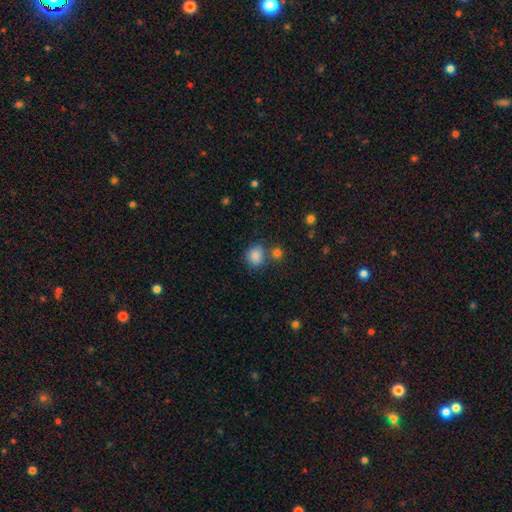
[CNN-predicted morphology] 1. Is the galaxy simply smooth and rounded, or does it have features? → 86% smooth, 10% star or artifact, 4% featured or disk.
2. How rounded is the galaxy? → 68% round, 31% in between, 1% cigar-shaped.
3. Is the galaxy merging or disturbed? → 65% none, 17% merger, 13% minor disturbance, 4% major disturbance.